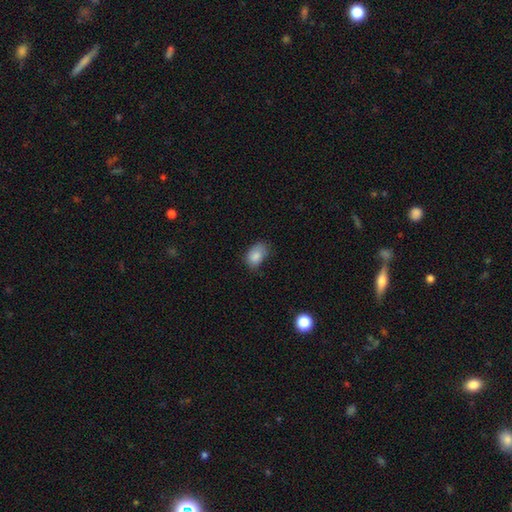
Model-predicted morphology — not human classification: smooth-or-featured: smooth: 85% | star or artifact: 8% | featured or disk: 7%
  how-rounded: in between: 81% | round: 17% | cigar-shaped: 1%
  merging: none: 62% | minor disturbance: 30% | major disturbance: 6% | merger: 1%